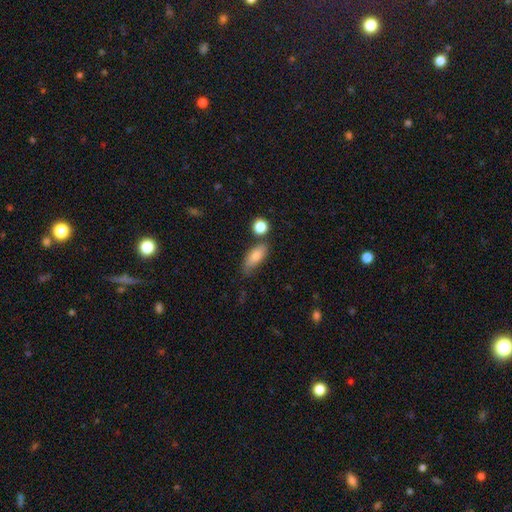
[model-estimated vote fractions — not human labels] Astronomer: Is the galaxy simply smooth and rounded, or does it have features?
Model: smooth — 80%.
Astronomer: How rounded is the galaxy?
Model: in between — 78%.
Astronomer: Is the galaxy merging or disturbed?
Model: none — 62%.